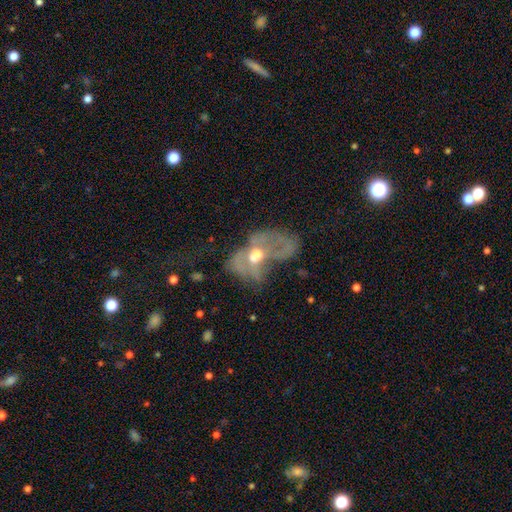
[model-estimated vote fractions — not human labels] The model was most divided on "merging": major disturbance: 48%, merger: 26%, none: 15%, minor disturbance: 12%. More confident: edge-on disk — no (95%); bar — no (82%); spiral arms — no (78%); bulge size — moderate (66%); smooth or featured — featured or disk (58%).